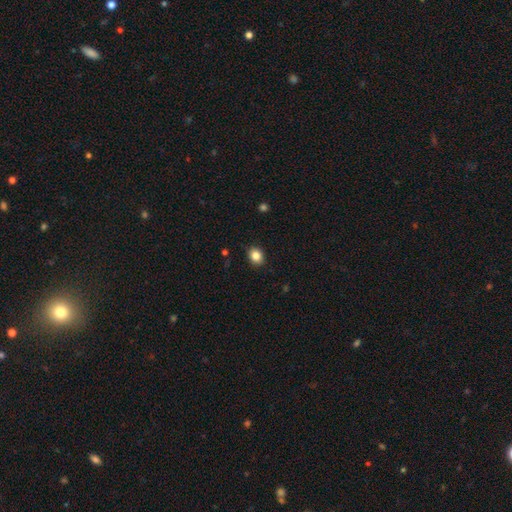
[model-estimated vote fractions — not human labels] Smooth or featured: smooth — 85% (star or artifact — 10%)
How rounded: round — 55% (in between — 44%)
Merging: none — 89% (minor disturbance — 8%)